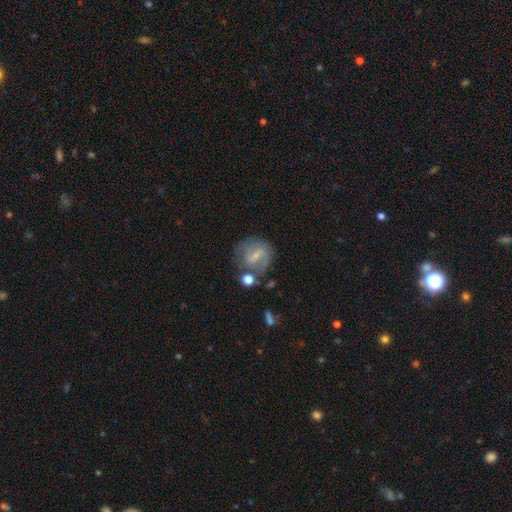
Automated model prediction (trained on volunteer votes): A featured or disk galaxy (59%) with a weak bar (53%), spiral arms (75%) and a small central bulge (65%). Merging: none (54%).